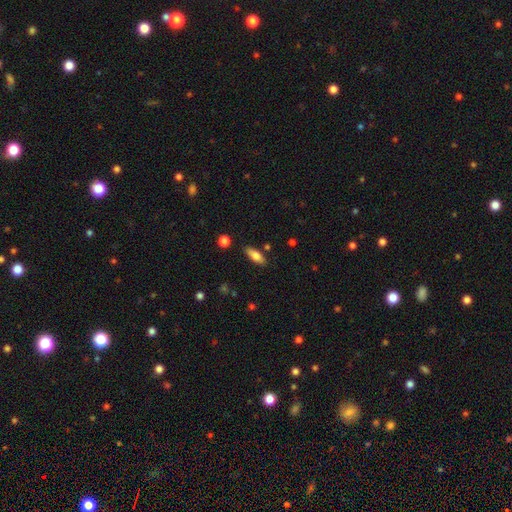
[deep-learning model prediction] The model was most divided on "how rounded": in between: 71%, cigar-shaped: 27%, round: 3%. More confident: merging — none (83%); smooth or featured — smooth (74%).